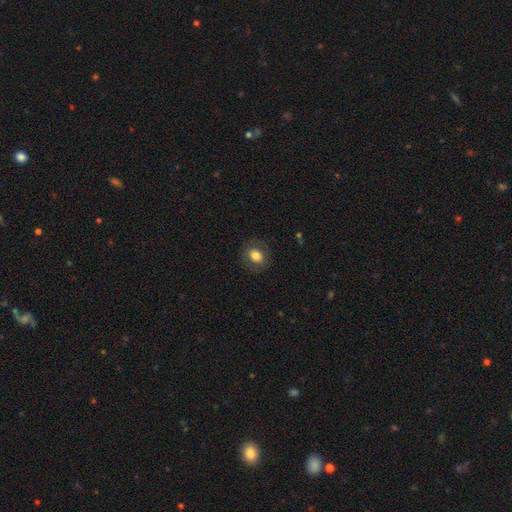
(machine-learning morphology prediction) Smooth or featured? Predicted: smooth (p=0.76). How rounded? Predicted: in between (p=0.50). Merging? Predicted: none (p=0.84).